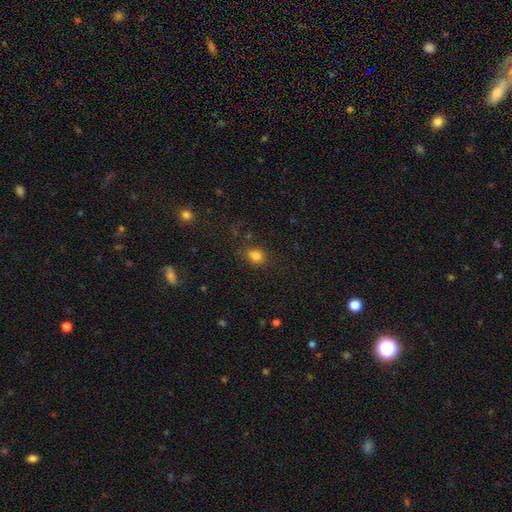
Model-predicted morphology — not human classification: The model was most divided on "how rounded": round: 56%, in between: 42%, cigar-shaped: 1%. More confident: smooth or featured — smooth (80%); merging — none (71%).